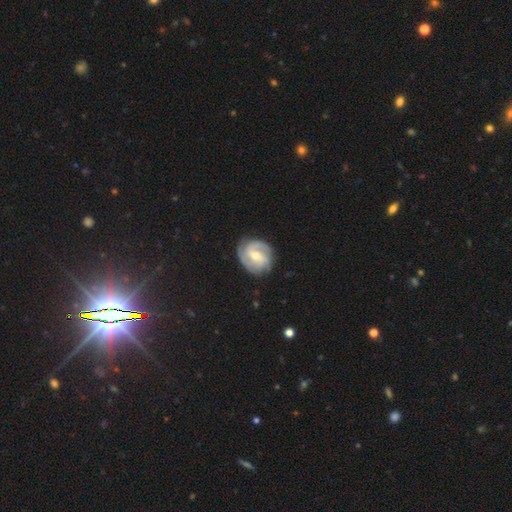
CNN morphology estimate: Q: Smooth or featured?
A: featured or disk (85%); runner-up: smooth (10%)
Q: Edge-on disk?
A: no (98%); runner-up: yes (2%)
Q: Bar?
A: weak (50%); runner-up: no (27%)
Q: Spiral arms?
A: yes (97%); runner-up: no (3%)
Q: Spiral winding?
A: tight (51%); runner-up: medium (38%)
Q: Spiral arm count?
A: 3 (42%); runner-up: 2 (28%)
Q: Bulge size?
A: moderate (60%); runner-up: small (35%)
Q: Merging?
A: none (80%); runner-up: minor disturbance (15%)